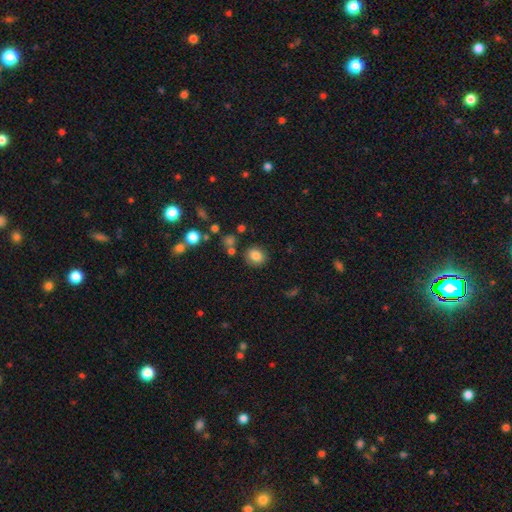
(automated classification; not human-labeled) A smooth galaxy with no disk features (82%) that is round (66%). Merging: none (82%).